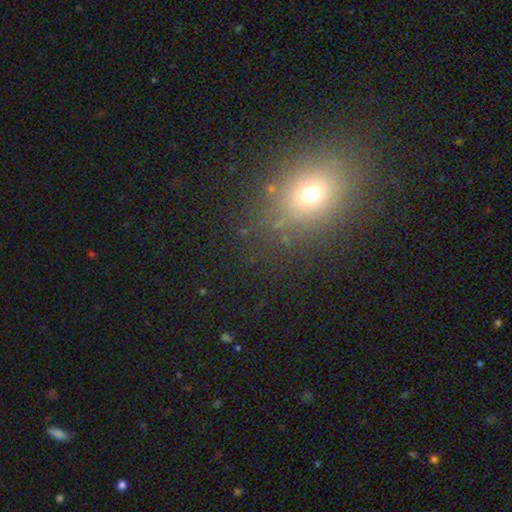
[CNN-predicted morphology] This is possibly a smooth galaxy (59%). How rounded: possibly in between (49%). Merging: clearly none (81%).